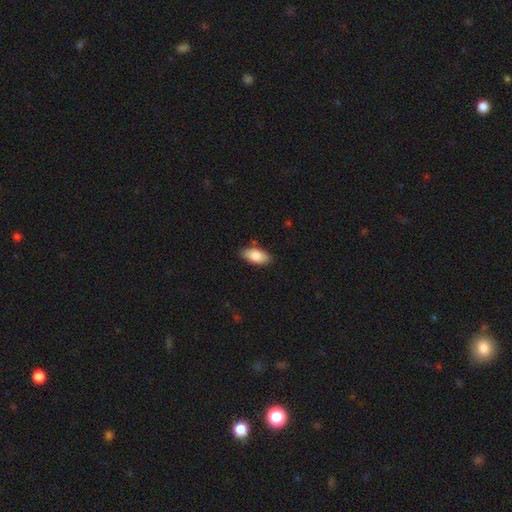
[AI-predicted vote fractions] Smooth or featured? smooth (81%)
How rounded? in between (90%)
Merging? none (84%)